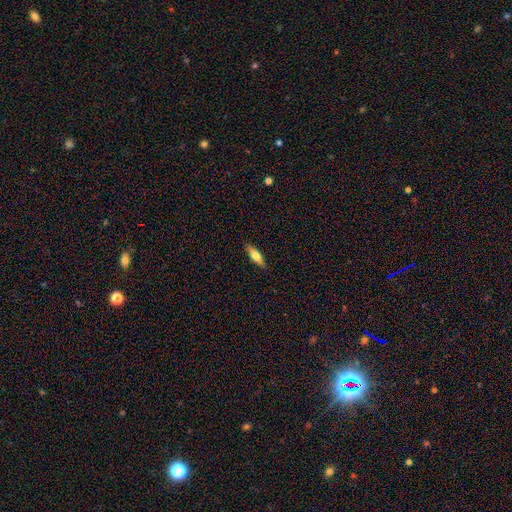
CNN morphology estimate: This appears to be a smooth galaxy with no disk features (57%) that is cigar-shaped (54%). Merging: none (88%).